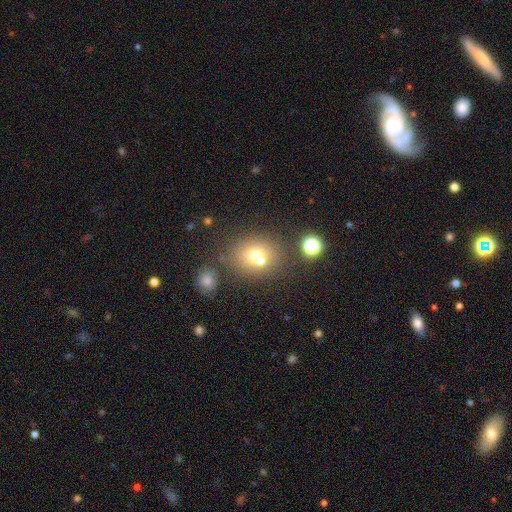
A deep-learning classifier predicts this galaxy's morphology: This appears to be a smooth galaxy with no disk features (65%) that is round (70%). Merging: none (55%).